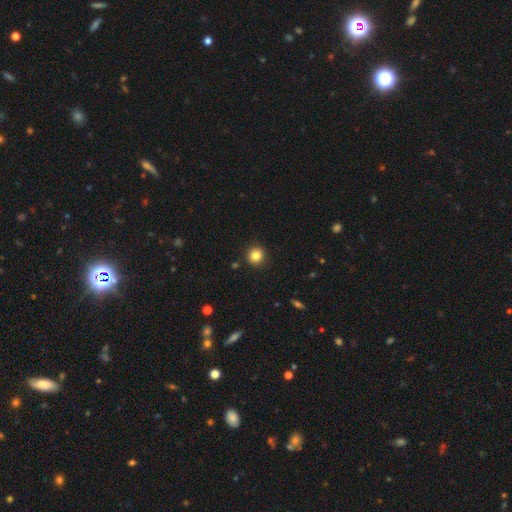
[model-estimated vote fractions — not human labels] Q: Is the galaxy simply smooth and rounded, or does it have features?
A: smooth — 83%.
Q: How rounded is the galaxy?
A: round — 90%.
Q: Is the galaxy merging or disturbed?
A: none — 92%.